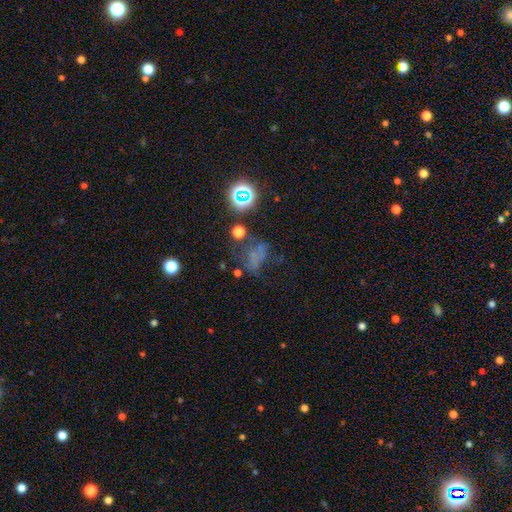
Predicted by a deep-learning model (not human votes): Smooth or featured? smooth (41%)
Merging? none (40%)